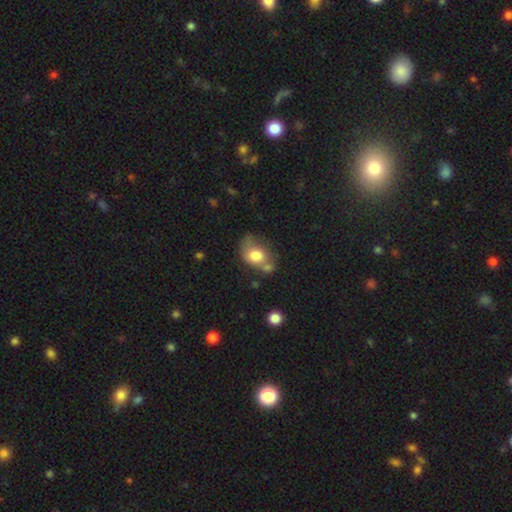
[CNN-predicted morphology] A smooth galaxy with no disk features (73%) that is in between round and cigar-shaped (69%).

Vote fractions:
- Smooth or featured? smooth: 73% / featured or disk: 18% / star or artifact: 9%
- How rounded? in between: 69% / round: 30% / cigar-shaped: 1%
- Merging? none: 34% / minor disturbance: 26% / merger: 25% / major disturbance: 15%